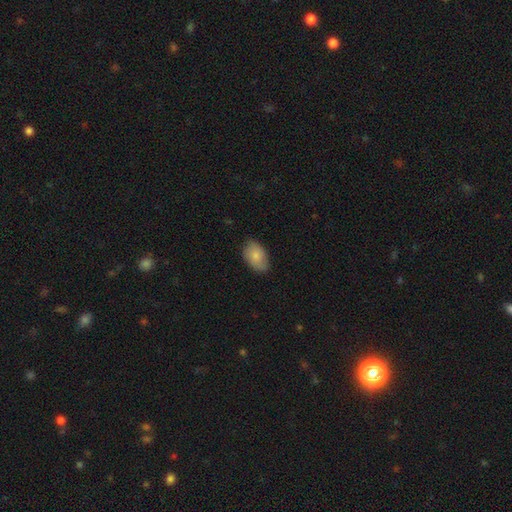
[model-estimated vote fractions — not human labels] Overall: smooth (79%). How rounded: in between (89%). Merging: none (75%).